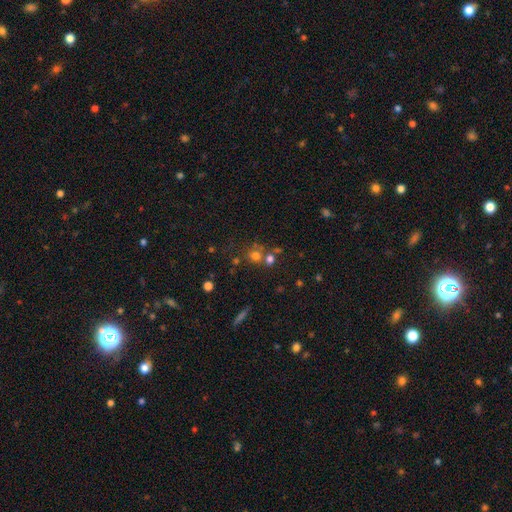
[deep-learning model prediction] Smooth or featured: smooth — 67% (star or artifact — 21%)
How rounded: round — 86% (in between — 13%)
Merging: none — 57% (merger — 28%)